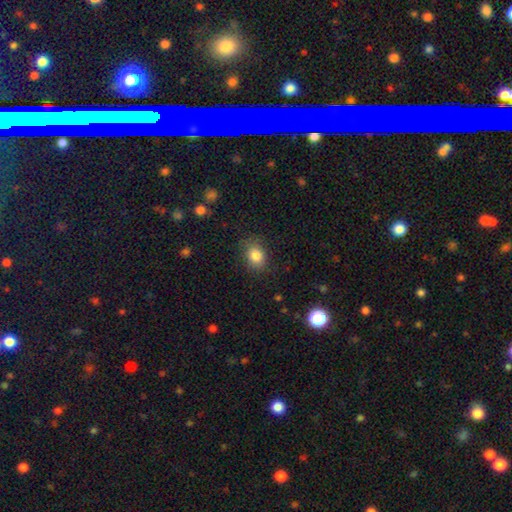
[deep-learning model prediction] smooth_or_featured: smooth (p=0.84) [alt: star or artifact p=0.10]
how_rounded: in between (p=0.57) [alt: round p=0.42]
merging: none (p=0.79) [alt: minor disturbance p=0.15]